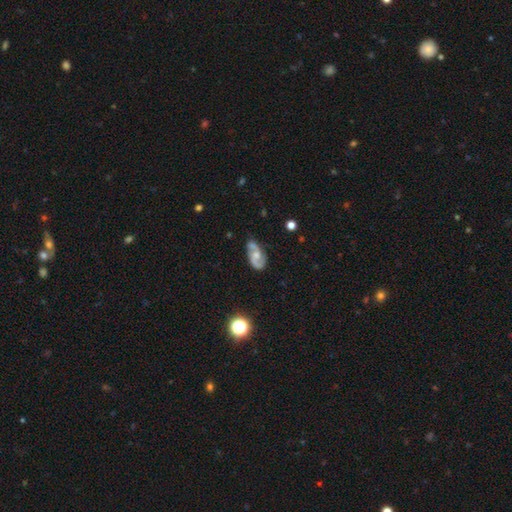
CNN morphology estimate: Smooth or featured? Predicted: featured or disk (p=0.76). Edge-on disk? Predicted: no (p=0.96). Bar? Predicted: no (p=0.58). Spiral arms? Predicted: yes (p=0.92). Spiral winding? Predicted: medium (p=0.49). Spiral arm count? Predicted: 2 (p=0.86). Bulge size? Predicted: moderate (p=0.49). Merging? Predicted: none (p=0.60).